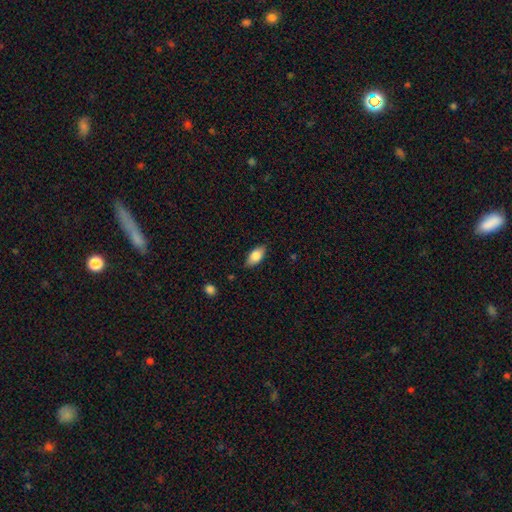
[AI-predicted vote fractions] Smooth or featured? Predicted: smooth (p=0.80). How rounded? Predicted: in between (p=0.89). Merging? Predicted: none (p=0.82).